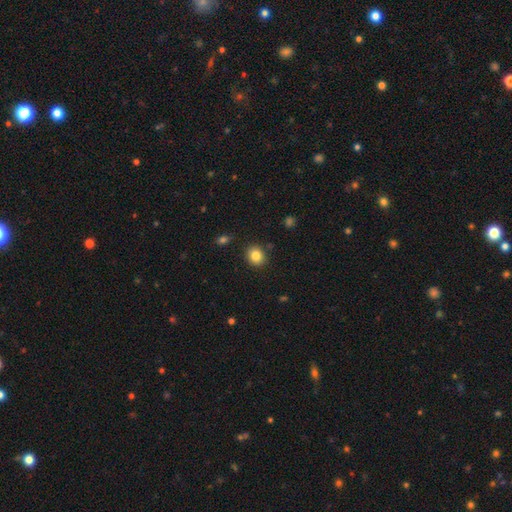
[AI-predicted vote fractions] Smooth or featured? smooth (84%)
How rounded? round (68%)
Merging? none (88%)